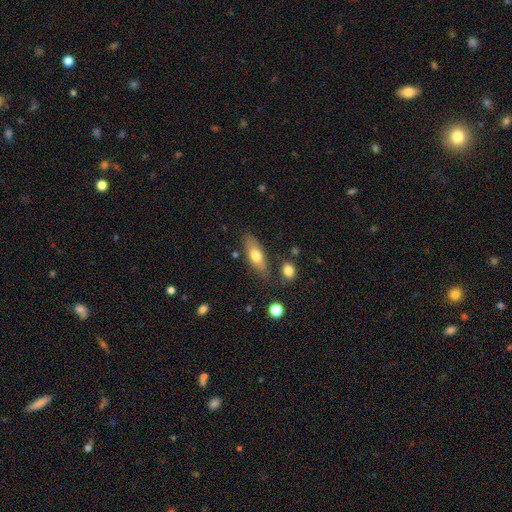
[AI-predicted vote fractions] This is likely a smooth galaxy (63%). How rounded: likely in between (61%). Merging: likely none (78%).